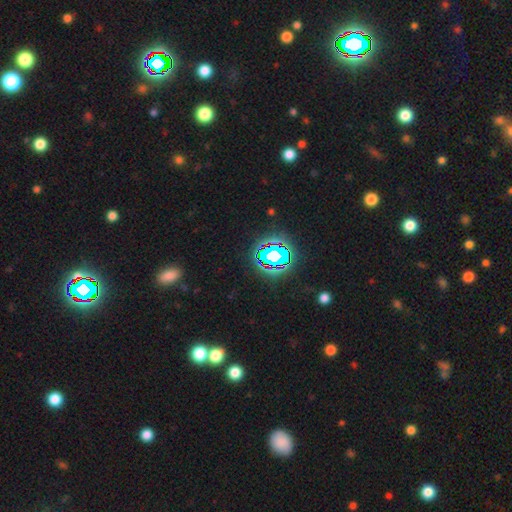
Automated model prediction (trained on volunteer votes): Smooth or featured? star or artifact (78%)